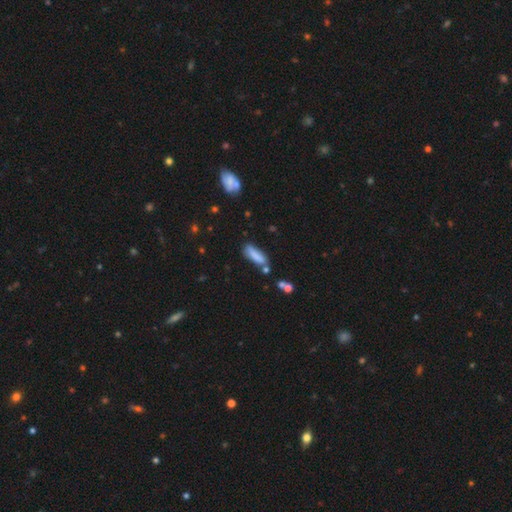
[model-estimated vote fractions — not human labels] smooth-or-featured: smooth: 81% | featured or disk: 11% | star or artifact: 8%
  how-rounded: cigar-shaped: 56% | in between: 42% | round: 2%
  merging: none: 65% | minor disturbance: 21% | merger: 9% | major disturbance: 5%